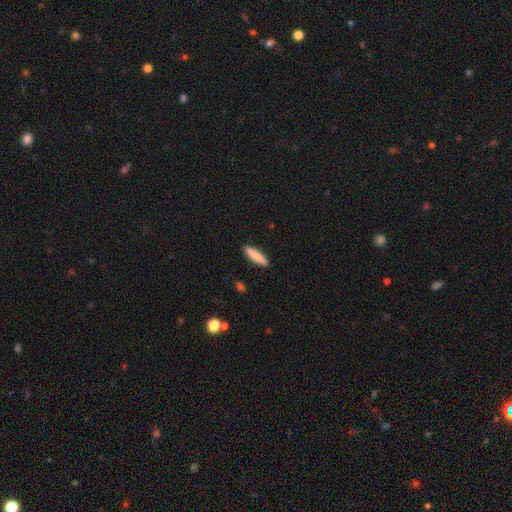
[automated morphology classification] Smooth or featured? Predicted: smooth (p=0.83). How rounded? Predicted: cigar-shaped (p=0.81). Merging? Predicted: none (p=0.90).